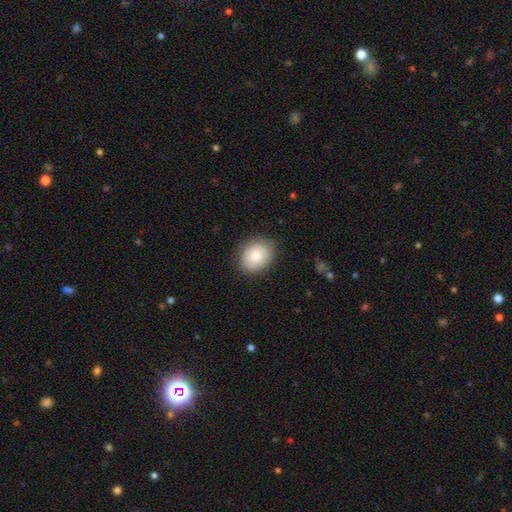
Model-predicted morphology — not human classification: Smooth or featured? Predicted: smooth (p=0.79). How rounded? Predicted: round (p=0.52). Merging? Predicted: none (p=0.84).